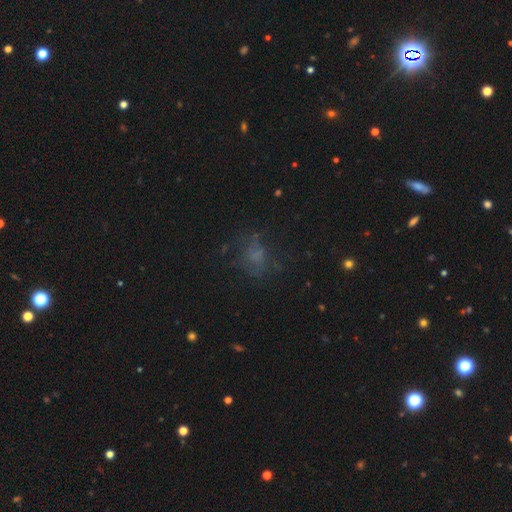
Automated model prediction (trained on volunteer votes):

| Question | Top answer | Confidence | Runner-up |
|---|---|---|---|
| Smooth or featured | smooth | 47% | featured or disk (29%) |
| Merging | none | 55% | major disturbance (23%) |